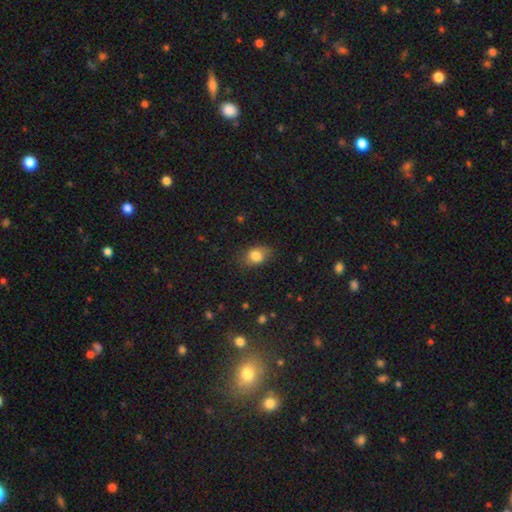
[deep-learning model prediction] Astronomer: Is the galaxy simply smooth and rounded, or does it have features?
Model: smooth — 81%.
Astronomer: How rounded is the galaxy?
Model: in between — 66%.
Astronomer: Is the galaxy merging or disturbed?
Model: none — 71%.